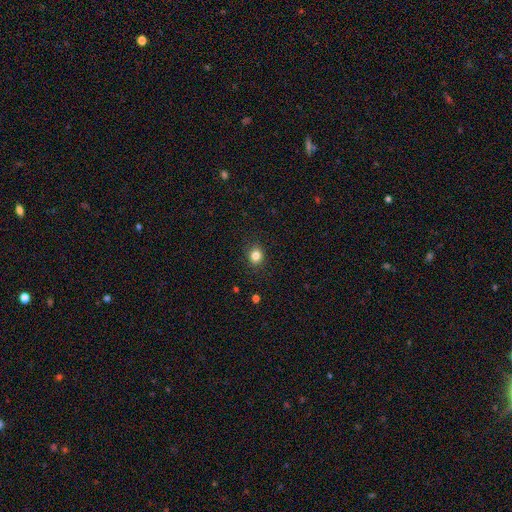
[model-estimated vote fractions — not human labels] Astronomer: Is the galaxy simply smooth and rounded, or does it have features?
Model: smooth — 83%.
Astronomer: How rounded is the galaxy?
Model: round — 72%.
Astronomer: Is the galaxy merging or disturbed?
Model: none — 88%.